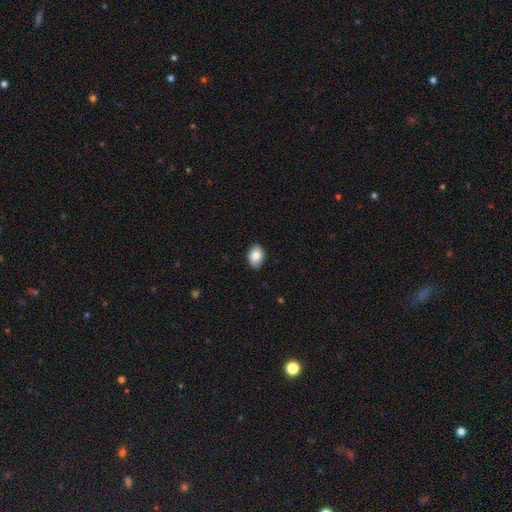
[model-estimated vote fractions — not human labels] A smooth galaxy with no disk features (82%) that is in between round and cigar-shaped (85%).

Vote fractions:
- Smooth or featured? smooth: 82% / featured or disk: 11% / star or artifact: 7%
- How rounded? in between: 85% / round: 14% / cigar-shaped: 1%
- Merging? none: 88% / minor disturbance: 9% / major disturbance: 2% / merger: 1%